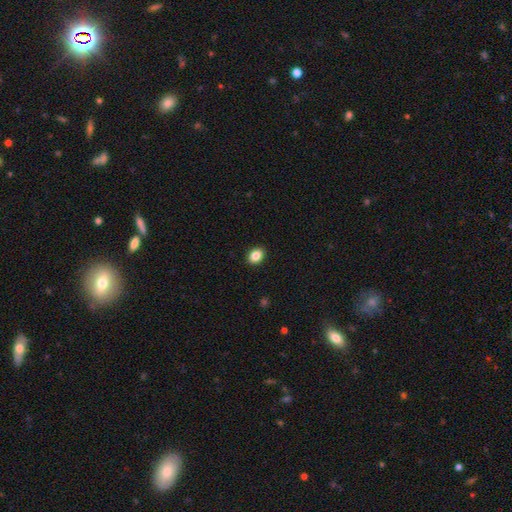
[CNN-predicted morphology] Smooth or featured? Predicted: smooth (p=0.86). How rounded? Predicted: in between (p=0.65). Merging? Predicted: none (p=0.91).